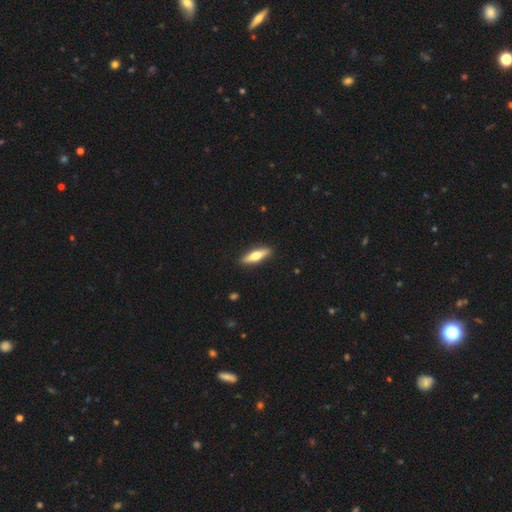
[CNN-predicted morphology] Smooth or featured? smooth (53%)
How rounded? cigar-shaped (65%)
Merging? none (91%)